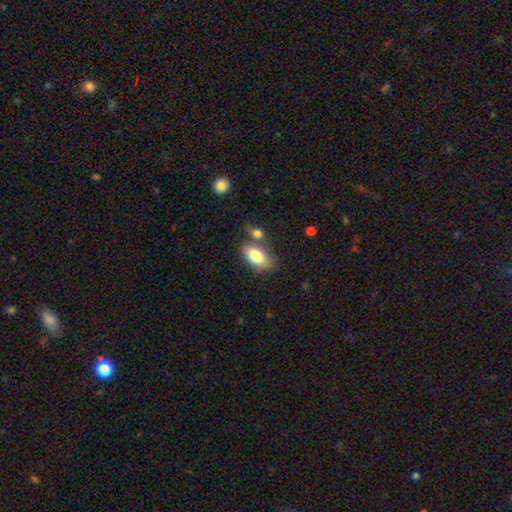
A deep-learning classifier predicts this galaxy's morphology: The model was most divided on "merging": none: 56%, merger: 23%, minor disturbance: 16%, major disturbance: 5%. More confident: how rounded — in between (90%); smooth or featured — smooth (78%).